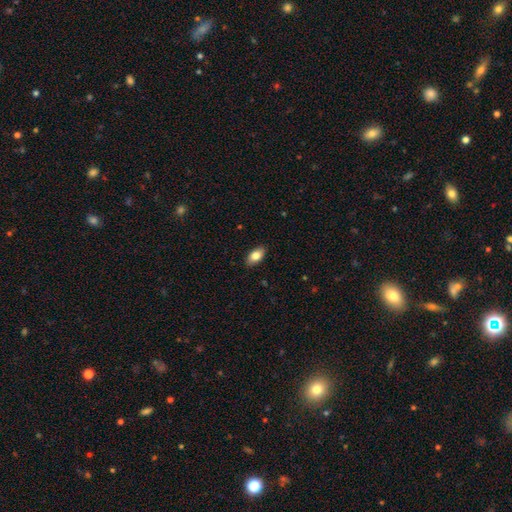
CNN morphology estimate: smooth_or_featured: smooth (p=0.83) [alt: featured or disk p=0.10]
how_rounded: in between (p=0.92) [alt: round p=0.04]
merging: none (p=0.88) [alt: minor disturbance p=0.09]